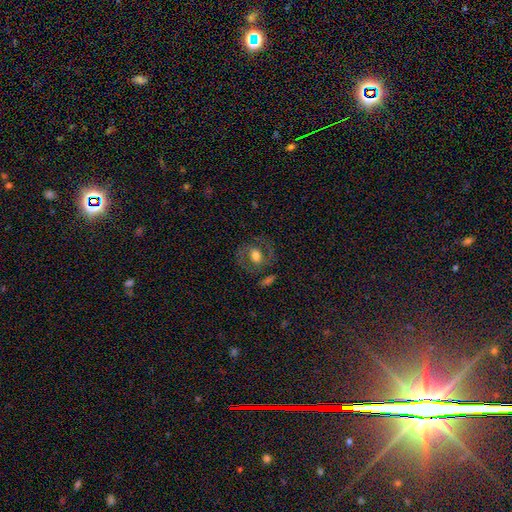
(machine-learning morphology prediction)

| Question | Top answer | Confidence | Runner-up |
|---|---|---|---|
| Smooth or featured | featured or disk | 50% | smooth (41%) |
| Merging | none | 71% | minor disturbance (15%) |